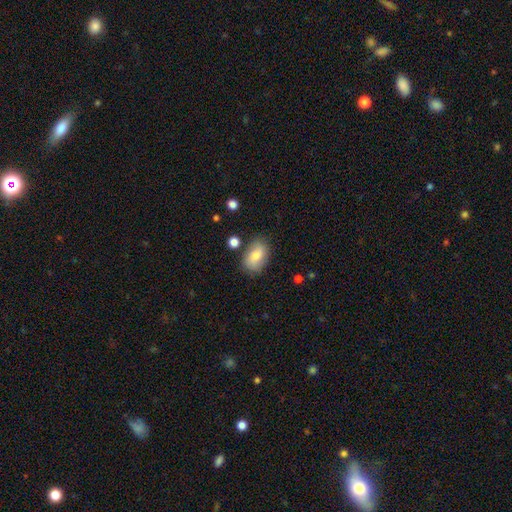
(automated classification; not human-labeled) Smooth or featured? Predicted: smooth (p=0.76). How rounded? Predicted: in between (p=0.89). Merging? Predicted: none (p=0.76).